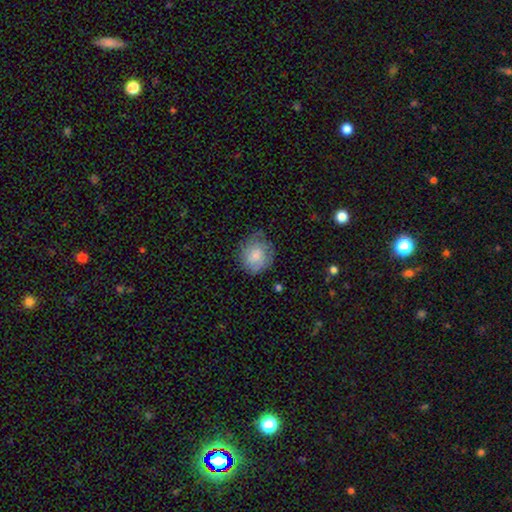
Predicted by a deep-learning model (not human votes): smooth 67%, featured or disk 24%, star or artifact 8%. Down the decision tree: how rounded — round (70%); merging — none (66%).